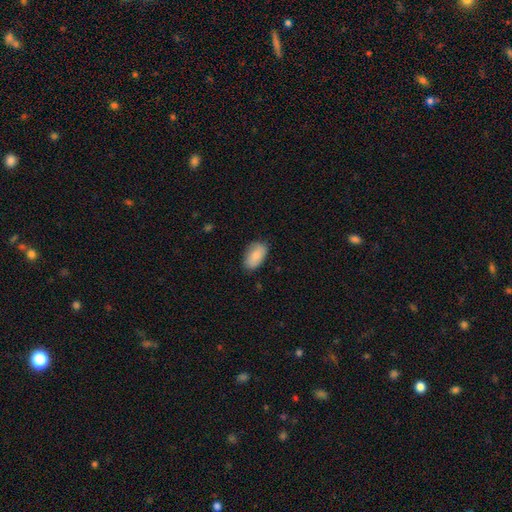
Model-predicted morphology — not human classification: smooth_or_featured: smooth (p=0.86) [alt: featured or disk p=0.07]
how_rounded: in between (p=0.93) [alt: round p=0.05]
merging: none (p=0.80) [alt: minor disturbance p=0.16]